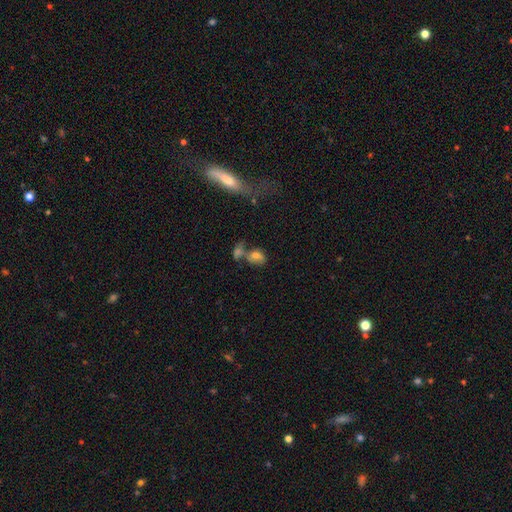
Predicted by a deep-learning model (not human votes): Smooth or featured? smooth (67%)
How rounded? in between (69%)
Merging? merger (44%)